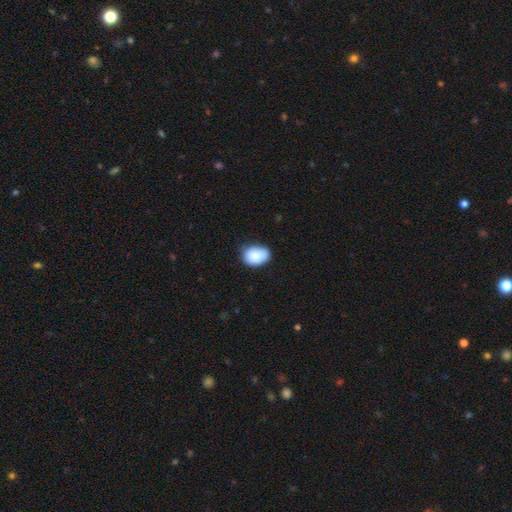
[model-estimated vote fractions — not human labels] A smooth galaxy with no disk features (88%) that is in between round and cigar-shaped (74%).

Vote fractions:
- Smooth or featured? smooth: 88% / star or artifact: 7% / featured or disk: 5%
- How rounded? in between: 74% / round: 25% / cigar-shaped: 1%
- Merging? none: 69% / minor disturbance: 26% / major disturbance: 4% / merger: 1%